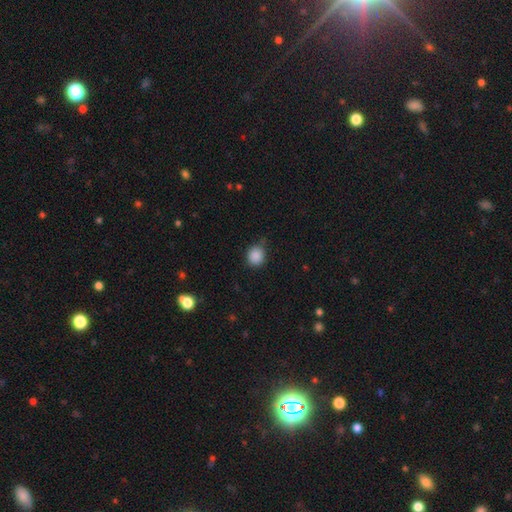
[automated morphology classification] The model was most divided on "merging": none: 73%, minor disturbance: 21%, major disturbance: 4%, merger: 2%. More confident: smooth or featured — smooth (87%); how rounded — round (82%).